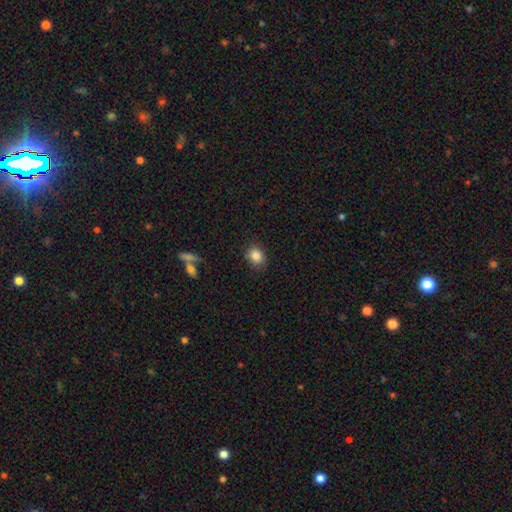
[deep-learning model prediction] Smooth or featured? Predicted: smooth (p=0.85). How rounded? Predicted: round (p=0.55). Merging? Predicted: none (p=0.85).